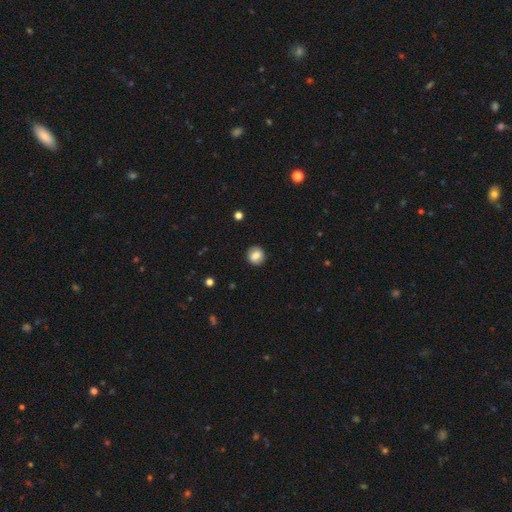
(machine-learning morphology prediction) smooth_or_featured: smooth (p=0.78) [alt: featured or disk p=0.13]
how_rounded: round (p=0.83) [alt: in between p=0.16]
merging: none (p=0.89) [alt: minor disturbance p=0.08]